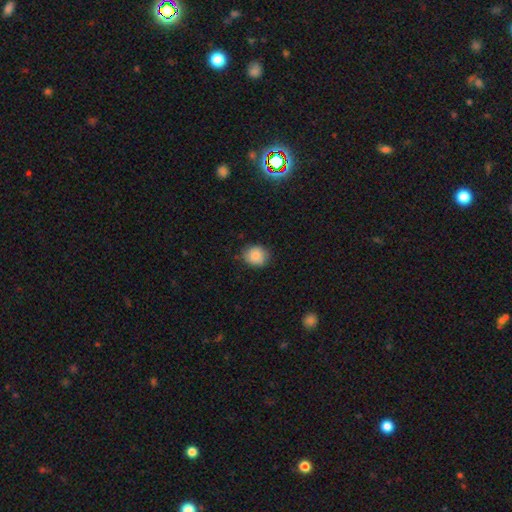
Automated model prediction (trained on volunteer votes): Overall: smooth (83%). How rounded: round (78%). Merging: none (79%).